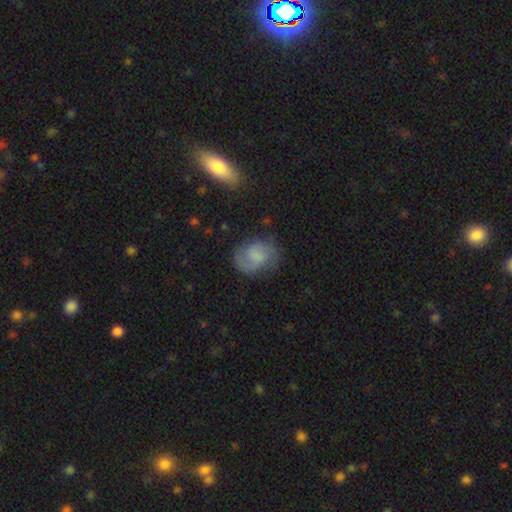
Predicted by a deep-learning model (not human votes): This is possibly a smooth galaxy (50%). How rounded: possibly in between (52%). Merging: likely none (69%).